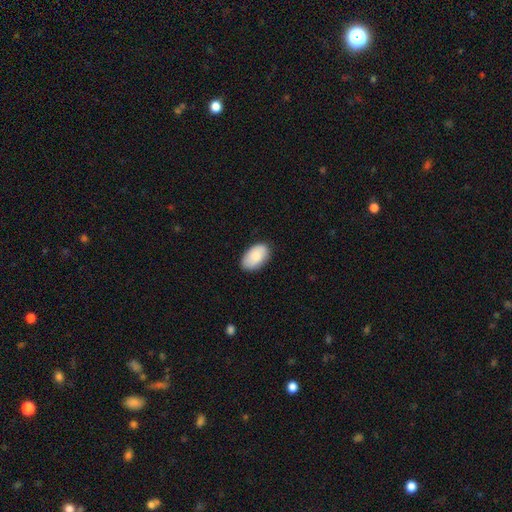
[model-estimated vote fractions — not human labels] Morphology: type=smooth (86%); roundness=in between (95%); merging=none (86%).